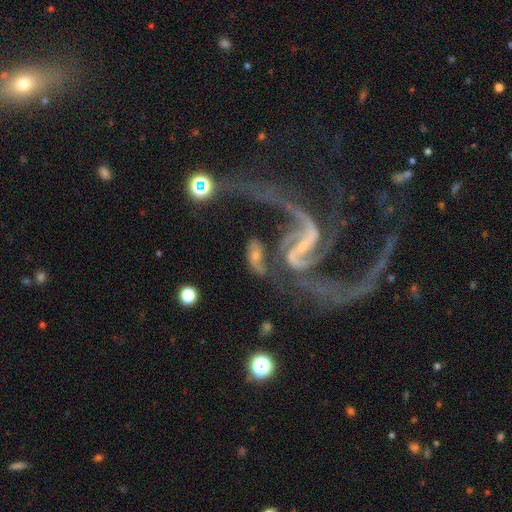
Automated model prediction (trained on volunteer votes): A featured or disk galaxy (68%) with no bar (39%), 2 (67%) loose (40%, tied with medium) spiral arms (87%) and a small central bulge (51%).

Vote fractions:
- Smooth or featured? featured or disk: 68% / smooth: 23% / star or artifact: 9%
- Edge-on disk? no: 91% / yes: 9%
- Bar? no: 39% / weak: 38% / strong: 23%
- Spiral arms? yes: 87% / no: 13%
- Spiral winding? loose: 40% (tied) / medium: 40% (tied) / tight: 20%
- Spiral arm count? 2: 67% / can't tell: 12% / 3: 10% / 1: 5% / 4: 4% / more than 4: 3%
- Bulge size? small: 51% / moderate: 35% / none: 8% / large: 5% / dominant: 2%
- Merging? none: 35% / merger: 29% / major disturbance: 20% / minor disturbance: 16%